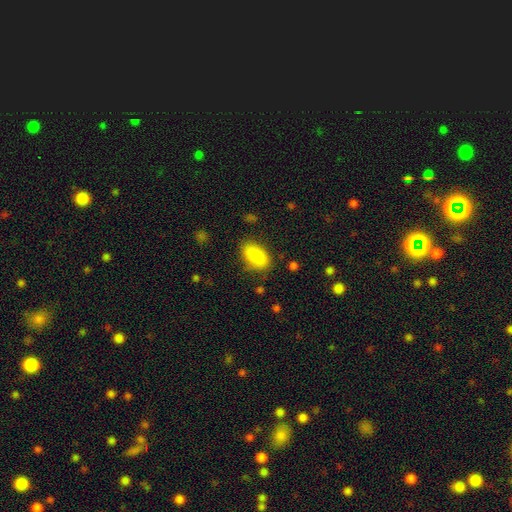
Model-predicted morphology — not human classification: A smooth galaxy with no disk features (86%) that is in between round and cigar-shaped (90%).

Vote fractions:
- Smooth or featured? smooth: 86% / featured or disk: 7% / star or artifact: 7%
- How rounded? in between: 90% / round: 5% / cigar-shaped: 5%
- Merging? none: 79% / minor disturbance: 15% / major disturbance: 4% / merger: 2%